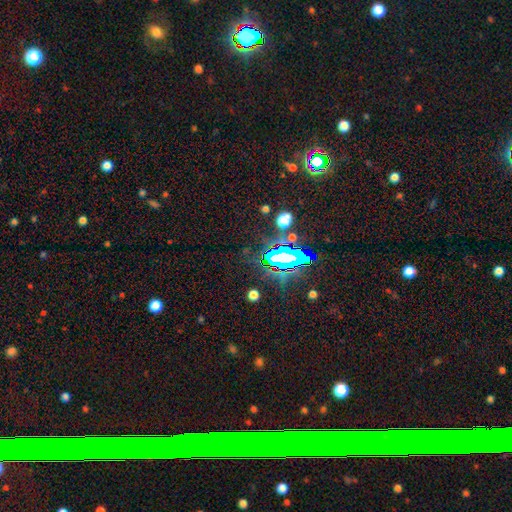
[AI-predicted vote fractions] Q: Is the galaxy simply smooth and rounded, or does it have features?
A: star or artifact — 77%.